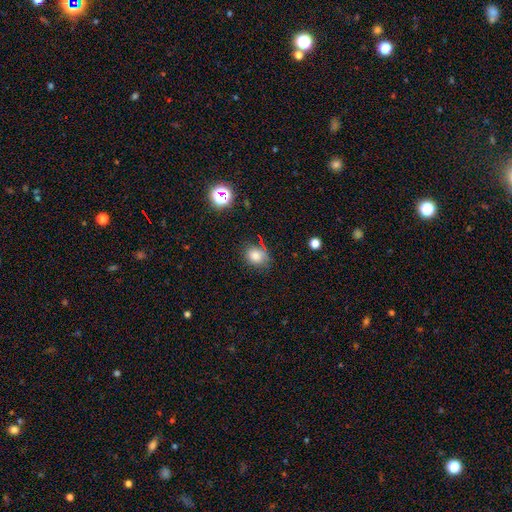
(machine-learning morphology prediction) The model was most divided on "how rounded" (2-way tie): in between: 49%, round: 49%, cigar-shaped: 1%. More confident: smooth or featured — smooth (78%); merging — none (71%).